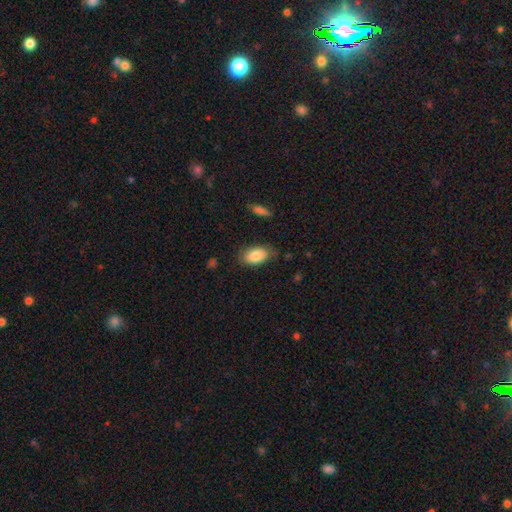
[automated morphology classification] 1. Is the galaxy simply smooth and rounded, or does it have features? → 84% smooth, 9% featured or disk, 7% star or artifact.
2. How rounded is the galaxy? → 93% in between, 5% round, 2% cigar-shaped.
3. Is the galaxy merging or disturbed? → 74% none, 19% minor disturbance, 5% major disturbance, 2% merger.